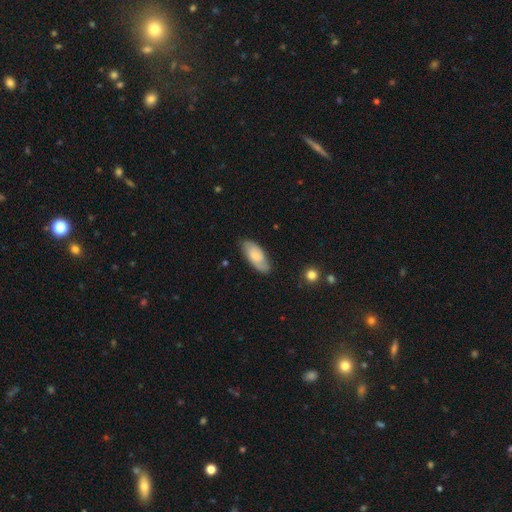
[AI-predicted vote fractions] Smooth or featured? smooth (64%)
How rounded? in between (87%)
Merging? none (78%)